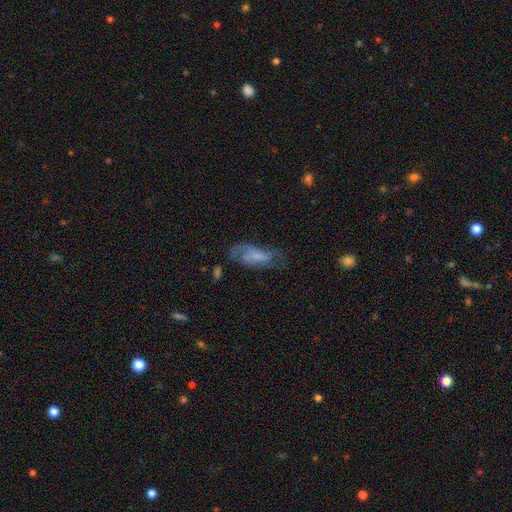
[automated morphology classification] Smooth or featured: featured or disk — 46% (smooth — 45%)
Merging: none — 51% (minor disturbance — 26%)